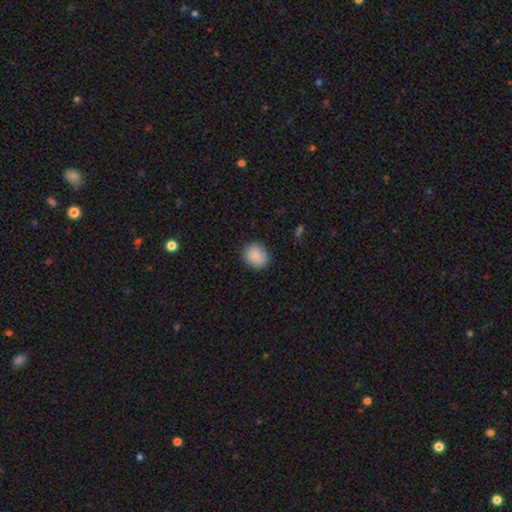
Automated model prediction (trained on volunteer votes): A smooth galaxy with no disk features (88%) that is round (69%). Merging: none (88%).